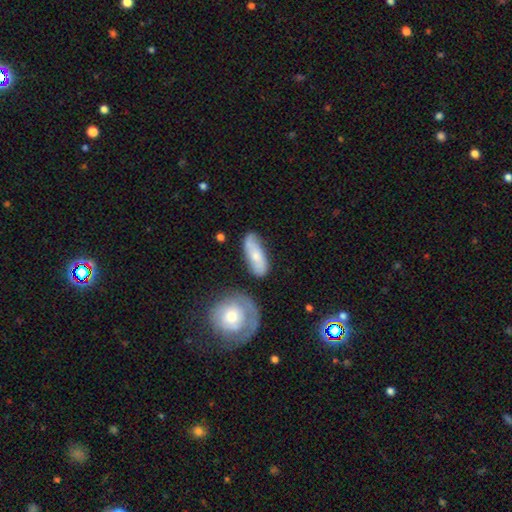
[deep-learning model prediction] smooth_or_featured: smooth (p=0.56) [alt: featured or disk p=0.38]
how_rounded: in between (p=0.68) [alt: cigar-shaped p=0.28]
merging: none (p=0.65) [alt: minor disturbance p=0.21]